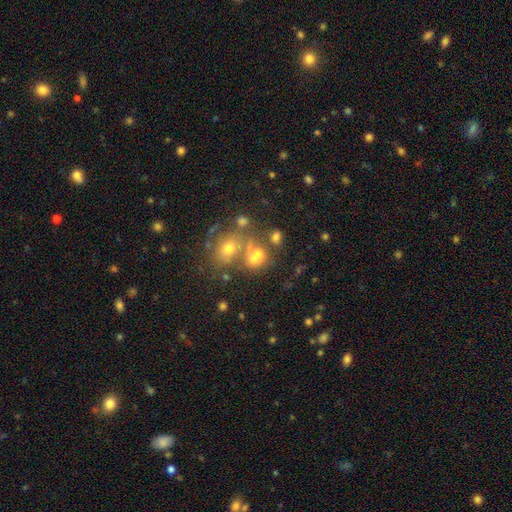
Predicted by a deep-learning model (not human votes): Smooth or featured? smooth (54%)
How rounded? round (53%)
Merging? none (41%)